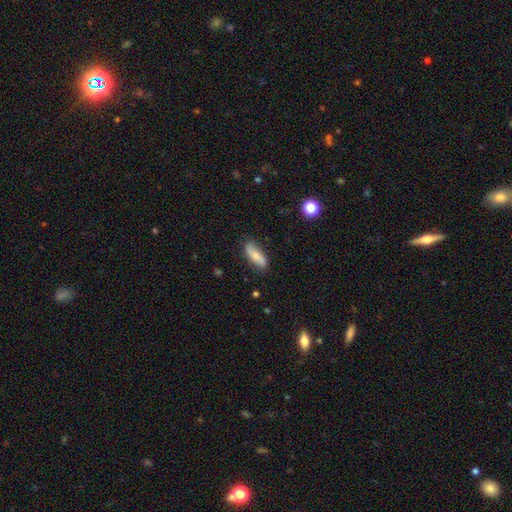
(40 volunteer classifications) A smooth galaxy with no disk features (62%) that is in between round and cigar-shaped (64%). Merging: none (70%).